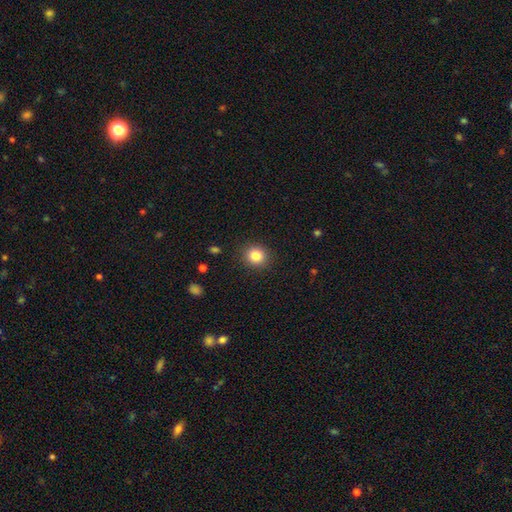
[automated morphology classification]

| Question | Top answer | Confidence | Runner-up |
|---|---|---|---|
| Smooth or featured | smooth | 84% | star or artifact (11%) |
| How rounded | round | 88% | in between (11%) |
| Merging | none | 91% | minor disturbance (6%) |